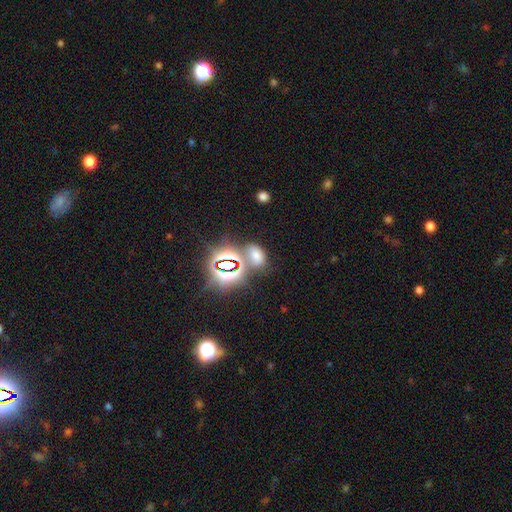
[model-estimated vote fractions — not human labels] A smooth galaxy with no disk features (55%) that is in between round and cigar-shaped (85%). Merging: none (64%).